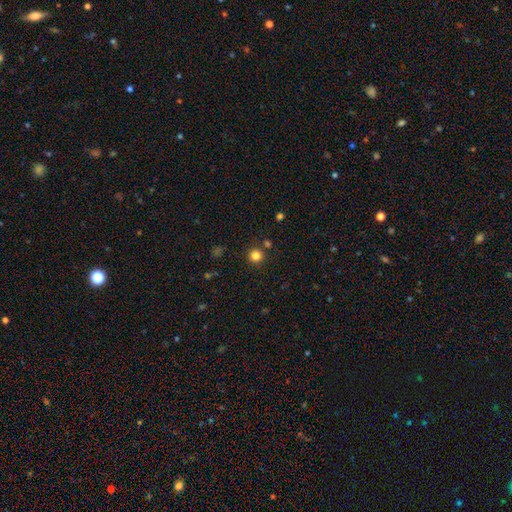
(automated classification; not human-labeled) Overall: smooth (82%). How rounded: round (95%). Merging: none (87%).